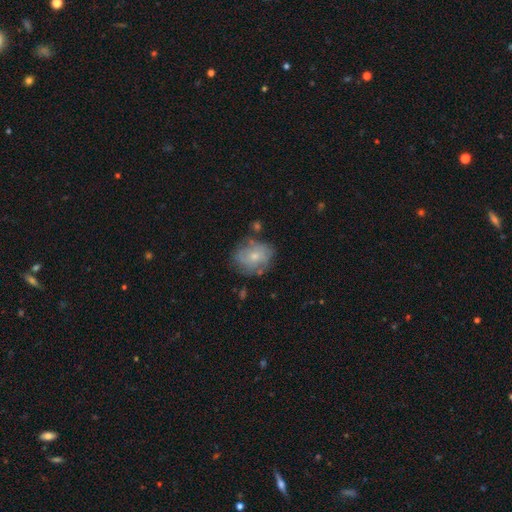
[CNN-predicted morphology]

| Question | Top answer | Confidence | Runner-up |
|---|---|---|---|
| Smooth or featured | featured or disk | 51% | smooth (42%) |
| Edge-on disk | no | 97% | yes (3%) |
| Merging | none | 65% | minor disturbance (22%) |